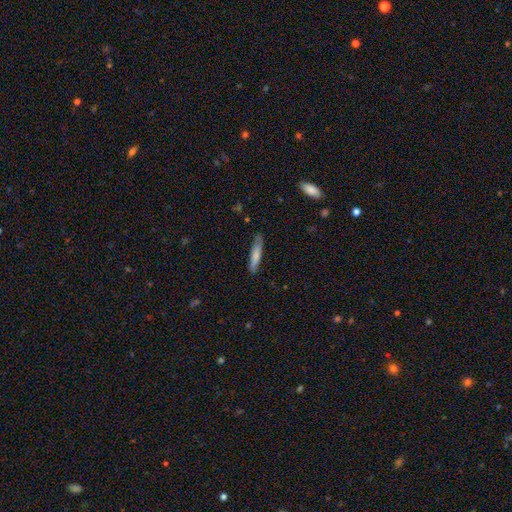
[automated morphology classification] Smooth or featured? smooth (76%)
How rounded? cigar-shaped (88%)
Merging? none (81%)